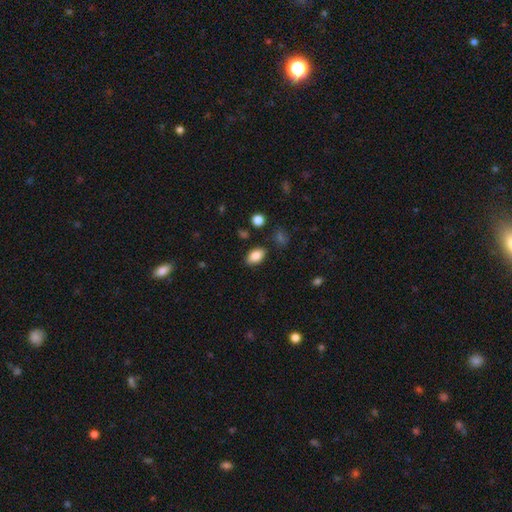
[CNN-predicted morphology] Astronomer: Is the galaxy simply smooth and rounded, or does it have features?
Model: smooth — 85%.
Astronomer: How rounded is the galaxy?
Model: in between — 89%.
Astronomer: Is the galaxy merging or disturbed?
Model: none — 84%.